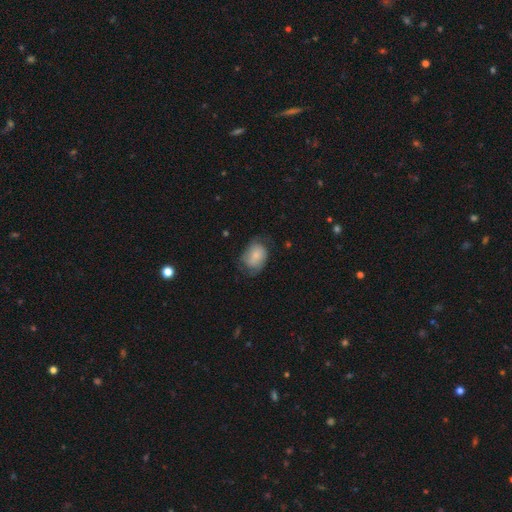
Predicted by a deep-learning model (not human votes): Smooth or featured? smooth (59%)
How rounded? in between (67%)
Merging? none (53%)